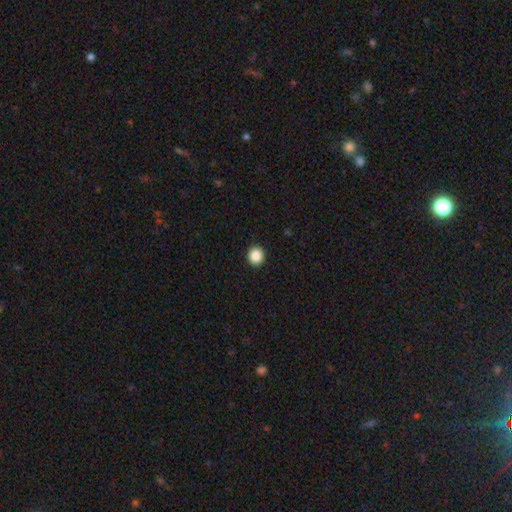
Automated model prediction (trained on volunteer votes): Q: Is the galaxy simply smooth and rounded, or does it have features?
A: smooth — 88%.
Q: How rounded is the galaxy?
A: round — 86%.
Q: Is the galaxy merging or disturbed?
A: none — 93%.